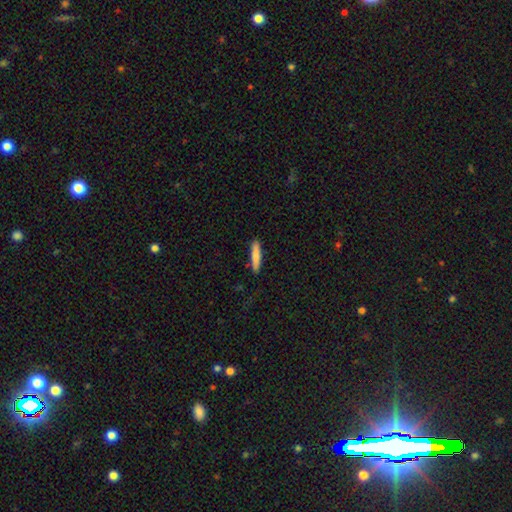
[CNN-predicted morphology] A smooth galaxy with no disk features (80%) that is cigar-shaped (87%). Merging: none (88%).